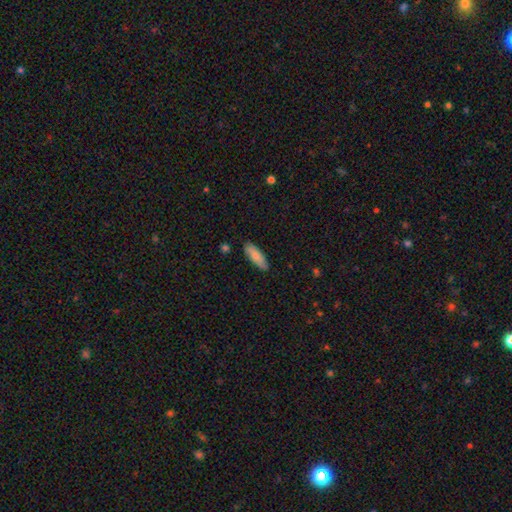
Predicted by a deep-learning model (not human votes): Overall: smooth (85%). How rounded: in between (55%; cigar-shaped 44%). Merging: none (85%).